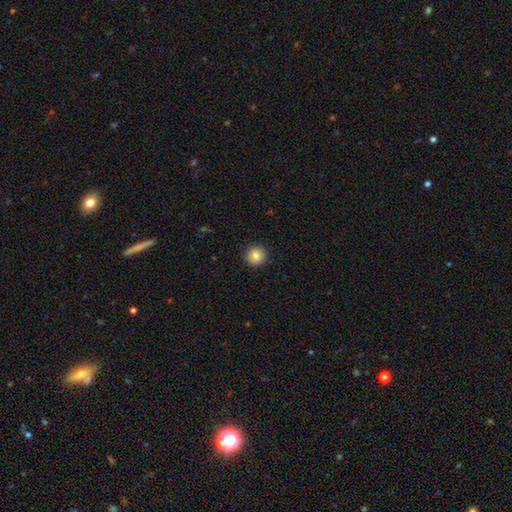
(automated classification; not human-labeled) Smooth or featured: smooth — 84% (star or artifact — 9%)
How rounded: round — 94% (in between — 5%)
Merging: none — 92% (minor disturbance — 5%)